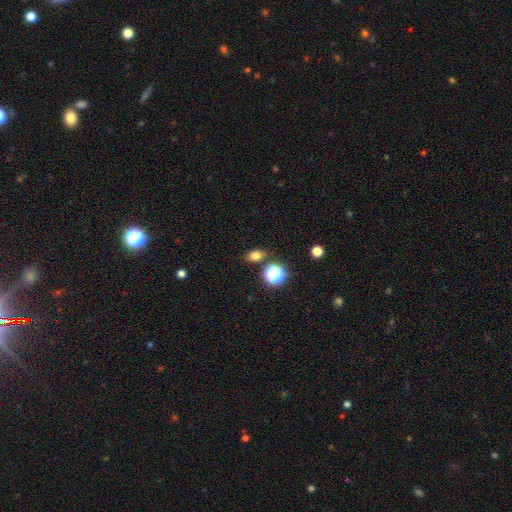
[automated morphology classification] Smooth or featured?
  - smooth: 74% *
  - star or artifact: 17%
  - featured or disk: 8%
How rounded?
  - in between: 70% *
  - round: 27%
  - cigar-shaped: 3%
Merging?
  - none: 81% *
  - minor disturbance: 11%
  - merger: 5%
  - major disturbance: 3%